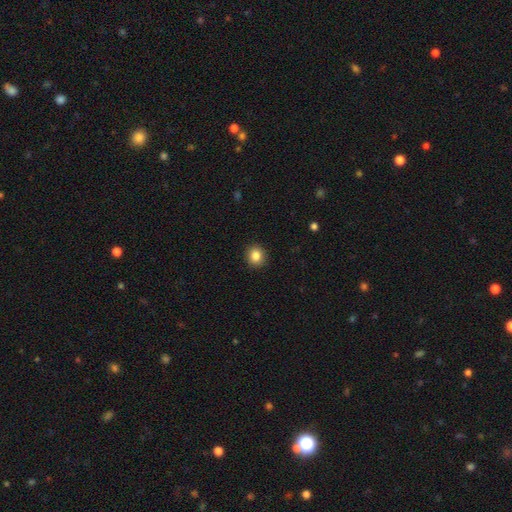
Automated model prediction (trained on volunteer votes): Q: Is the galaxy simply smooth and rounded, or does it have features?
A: smooth — 86%.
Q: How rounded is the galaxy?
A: round — 84%.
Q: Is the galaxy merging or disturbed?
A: none — 92%.